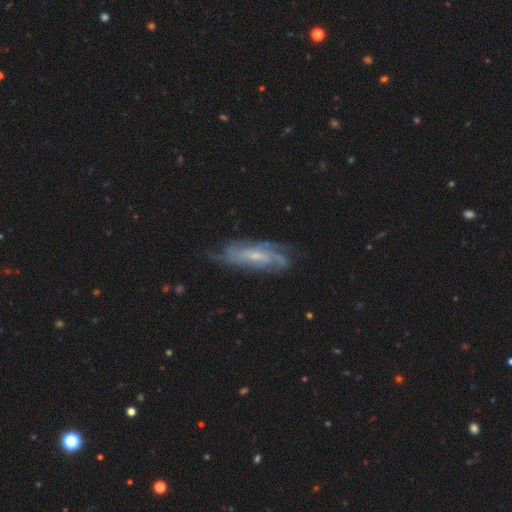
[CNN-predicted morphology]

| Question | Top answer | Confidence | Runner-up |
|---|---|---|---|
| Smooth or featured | featured or disk | 81% | smooth (13%) |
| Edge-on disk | no | 85% | yes (15%) |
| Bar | no | 54% | weak (36%) |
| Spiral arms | yes | 93% | no (7%) |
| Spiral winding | tight | 49% | medium (38%) |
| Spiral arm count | can't tell | 38% | 2 (18%) |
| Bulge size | small | 68% | moderate (25%) |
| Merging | none | 69% | minor disturbance (20%) |